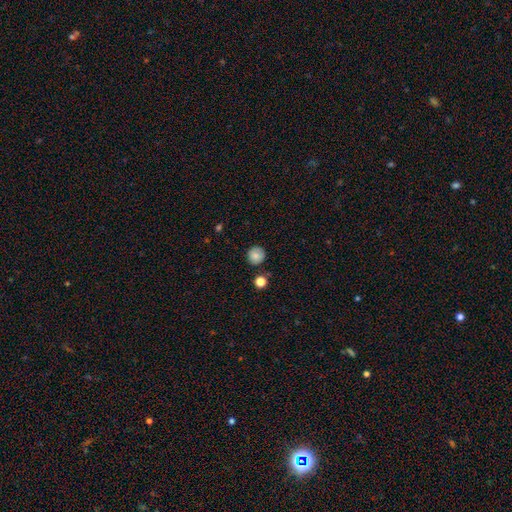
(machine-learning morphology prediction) Smooth or featured? Predicted: smooth (p=0.83). How rounded? Predicted: round (p=0.92). Merging? Predicted: none (p=0.85).